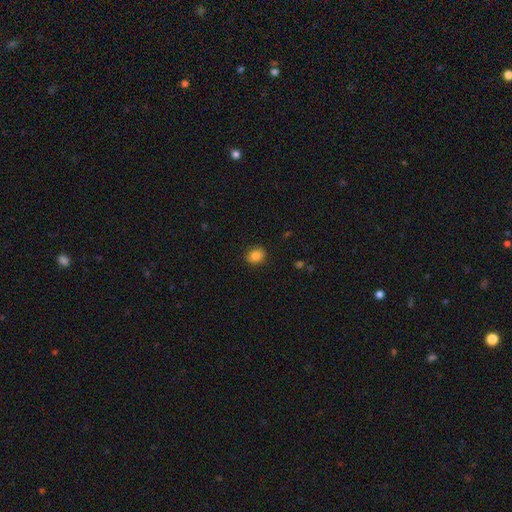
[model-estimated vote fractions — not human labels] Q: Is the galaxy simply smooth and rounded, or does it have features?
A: smooth — 85%.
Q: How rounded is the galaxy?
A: round — 69%.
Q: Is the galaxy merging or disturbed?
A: none — 89%.